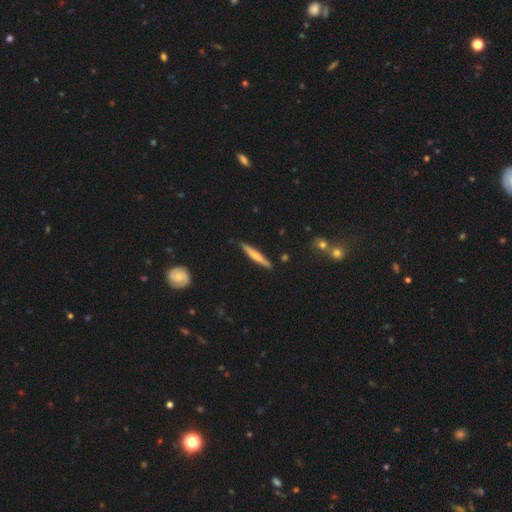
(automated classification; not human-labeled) Smooth or featured? smooth (56%)
How rounded? cigar-shaped (95%)
Merging? none (89%)